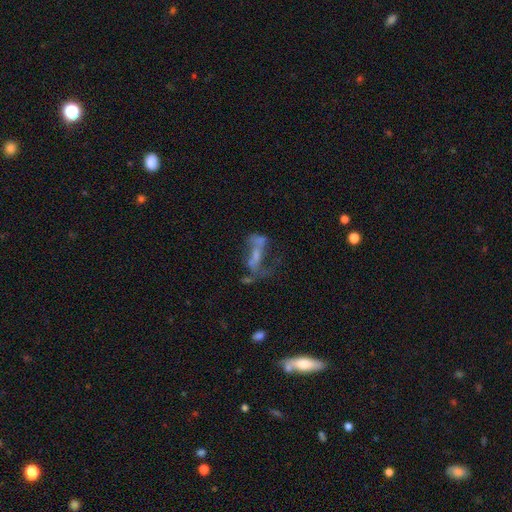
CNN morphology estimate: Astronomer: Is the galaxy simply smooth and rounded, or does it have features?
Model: featured or disk — 60%.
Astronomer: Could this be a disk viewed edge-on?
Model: no — 89%.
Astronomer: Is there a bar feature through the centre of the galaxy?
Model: no — 55%.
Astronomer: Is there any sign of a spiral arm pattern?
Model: no — 58% (runner-up: yes, 42%).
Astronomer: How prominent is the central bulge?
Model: none — 46% (runner-up: small, 33%).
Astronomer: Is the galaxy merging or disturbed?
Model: major disturbance — 35% (runner-up: none, 31%).